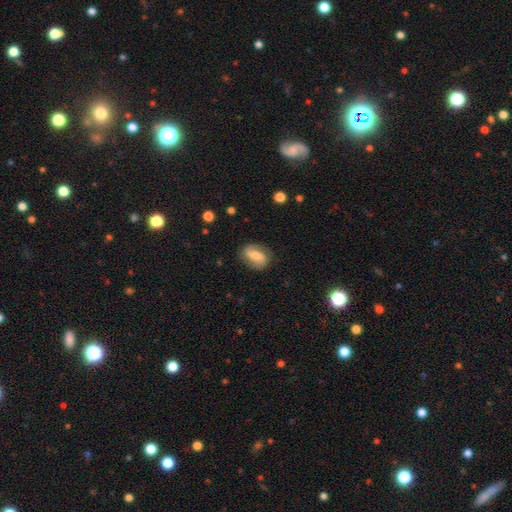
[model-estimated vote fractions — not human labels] Q: Smooth or featured?
A: featured or disk (53%); runner-up: smooth (39%)
Q: Edge-on disk?
A: no (96%); runner-up: yes (4%)
Q: Bar?
A: weak (41%); runner-up: no (34%)
Q: Spiral arms?
A: yes (86%); runner-up: no (14%)
Q: Bulge size?
A: moderate (49%); runner-up: small (33%)
Q: Merging?
A: none (78%); runner-up: minor disturbance (15%)